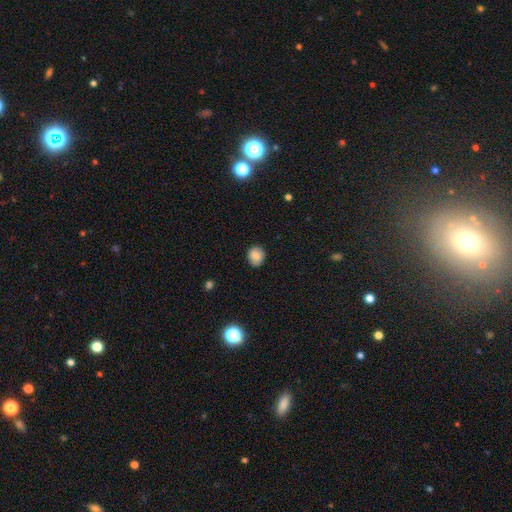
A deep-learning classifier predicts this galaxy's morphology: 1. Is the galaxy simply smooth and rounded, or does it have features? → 84% smooth, 9% star or artifact, 7% featured or disk.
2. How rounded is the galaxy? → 70% round, 29% in between, 1% cigar-shaped.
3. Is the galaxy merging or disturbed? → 87% none, 10% minor disturbance, 2% major disturbance, 1% merger.